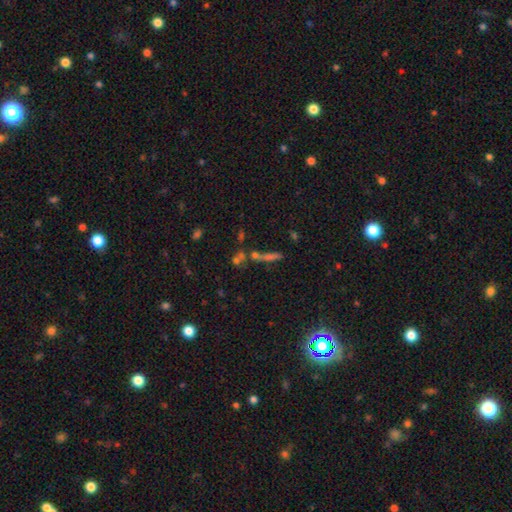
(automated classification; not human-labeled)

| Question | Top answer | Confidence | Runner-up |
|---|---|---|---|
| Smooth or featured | star or artifact | 39% | smooth (34%) |